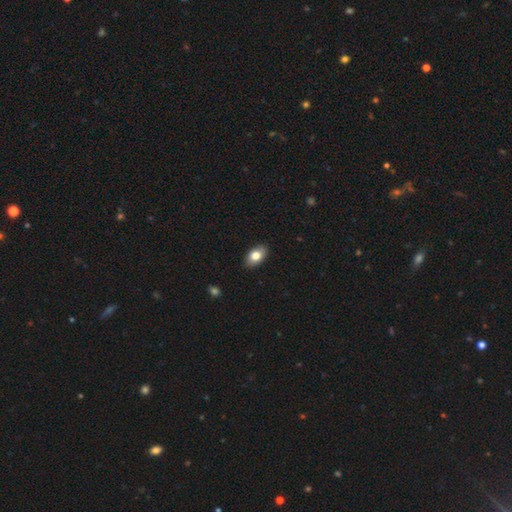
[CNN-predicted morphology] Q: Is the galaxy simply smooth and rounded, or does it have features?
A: smooth — 79%.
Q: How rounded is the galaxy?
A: in between — 91%.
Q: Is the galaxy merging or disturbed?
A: none — 88%.